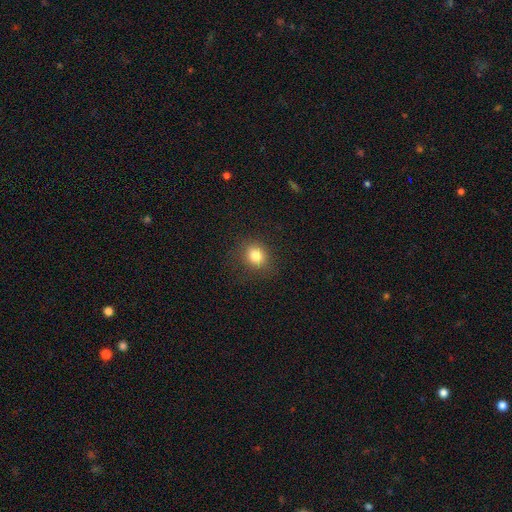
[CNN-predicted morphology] Smooth or featured? smooth (82%)
How rounded? round (71%)
Merging? none (85%)